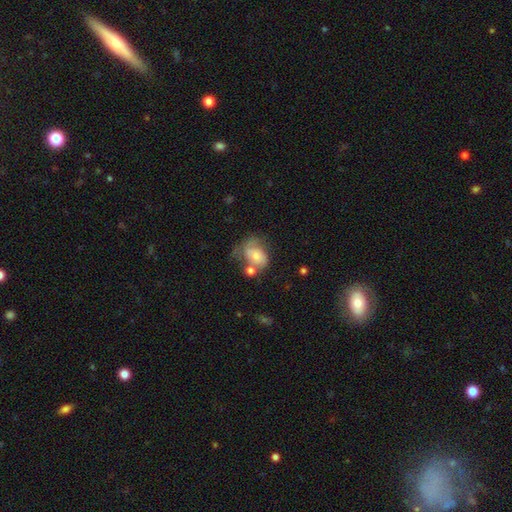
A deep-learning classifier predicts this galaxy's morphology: This appears to be a smooth galaxy with no disk features (51%) that is in between round and cigar-shaped (66%). Merging: major disturbance (29%).